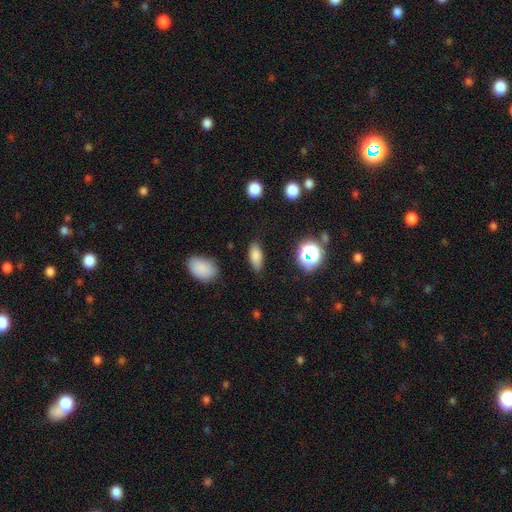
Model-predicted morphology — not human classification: Smooth or featured?
  - smooth: 80% *
  - star or artifact: 11%
  - featured or disk: 9%
How rounded?
  - in between: 79% *
  - cigar-shaped: 17%
  - round: 4%
Merging?
  - none: 82% *
  - minor disturbance: 13%
  - major disturbance: 3%
  - merger: 2%